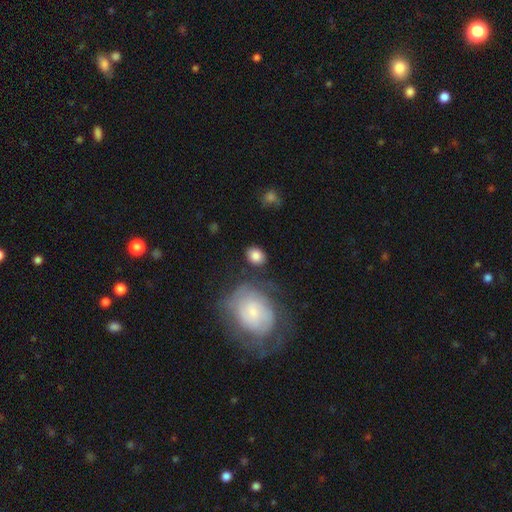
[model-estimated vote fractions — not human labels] The model was most divided on "how rounded": in between: 54%, round: 44%, cigar-shaped: 1%. More confident: smooth or featured — smooth (82%); merging — none (76%).